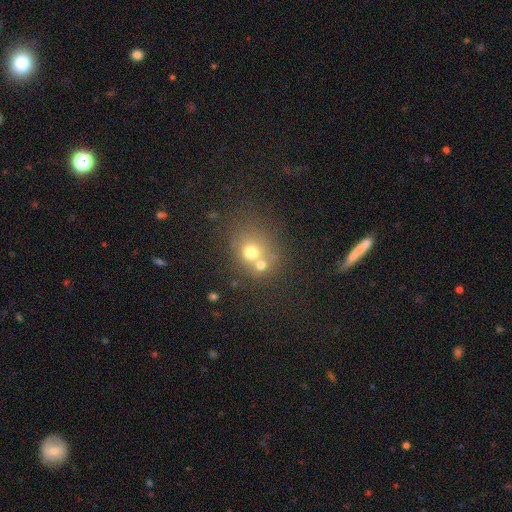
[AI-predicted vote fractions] smooth 61%, star or artifact 21%, featured or disk 18%. Down the decision tree: how rounded — round (76%); merging — none (49%).